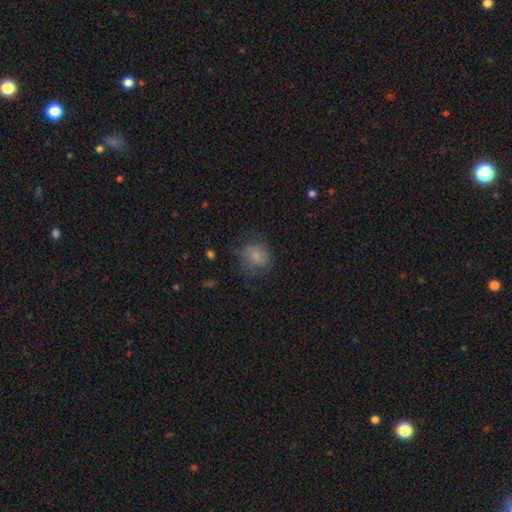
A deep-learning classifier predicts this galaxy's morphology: This appears to be a smooth galaxy with no disk features (74%) that is round (63%). Merging: none (55%).